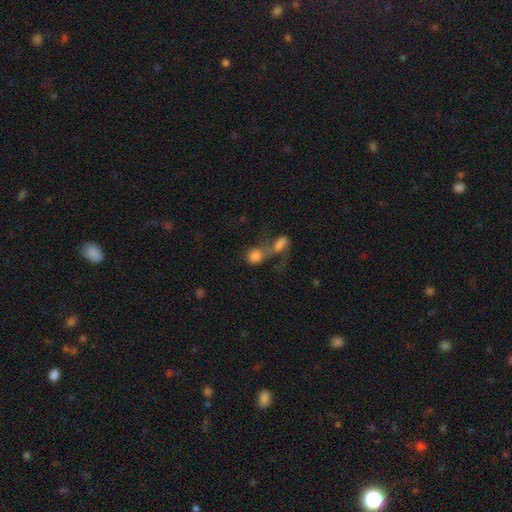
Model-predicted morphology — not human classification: This appears to be a smooth galaxy with no disk features (77%) that is round (60%). Merging: merger (69%).